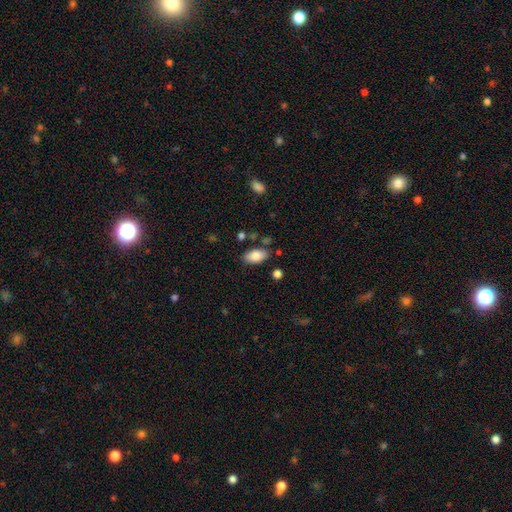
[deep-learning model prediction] A smooth galaxy with no disk features (85%) that is in between round and cigar-shaped (94%). Merging: none (80%).